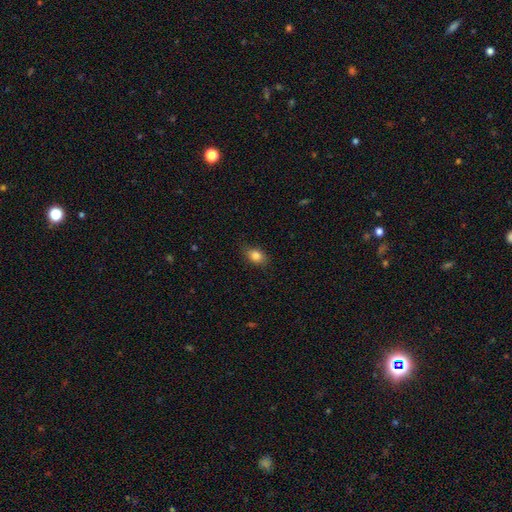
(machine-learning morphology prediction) type=smooth (83%); roundness=in between (76%); merging=none (81%).